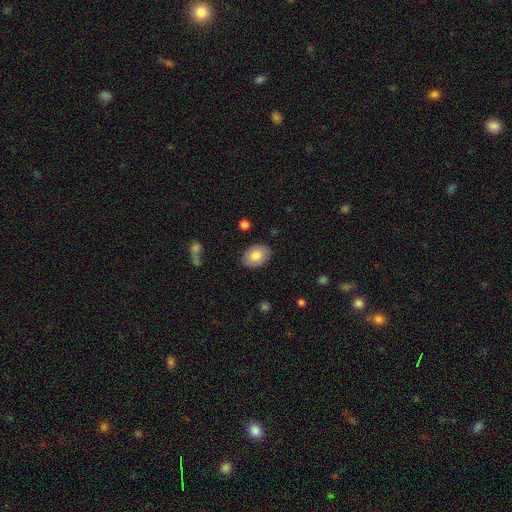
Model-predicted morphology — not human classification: The model was most divided on "smooth or featured": smooth: 80%, featured or disk: 13%, star or artifact: 7%. More confident: merging — none (88%); how rounded — in between (84%).